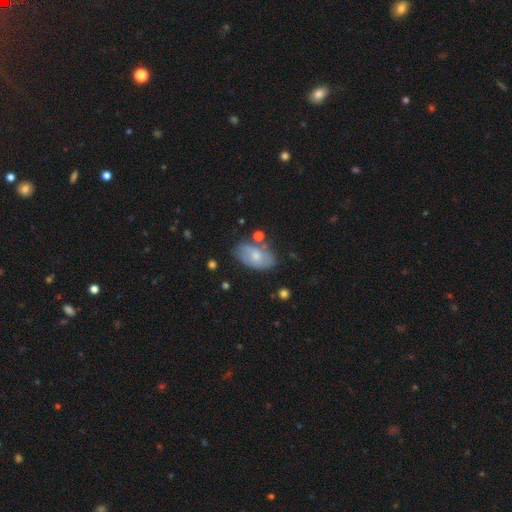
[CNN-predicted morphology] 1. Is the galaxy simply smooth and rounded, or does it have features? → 47% smooth, 46% featured or disk, 7% star or artifact.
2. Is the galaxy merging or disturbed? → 64% none, 23% minor disturbance, 7% merger, 7% major disturbance.